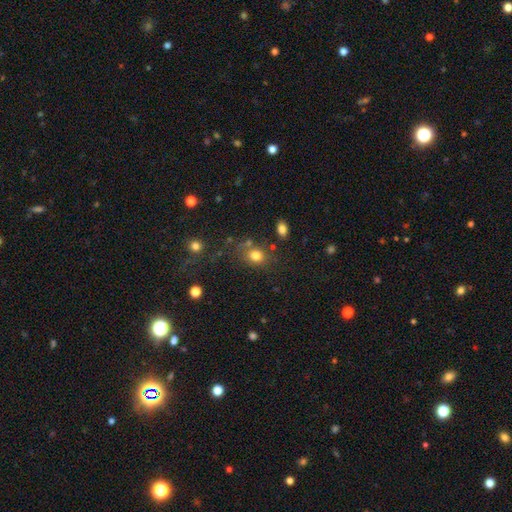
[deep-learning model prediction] smooth_or_featured: smooth (p=0.78) [alt: star or artifact p=0.13]
how_rounded: round (p=0.59) [alt: in between p=0.40]
merging: none (p=0.67) [alt: minor disturbance p=0.15]